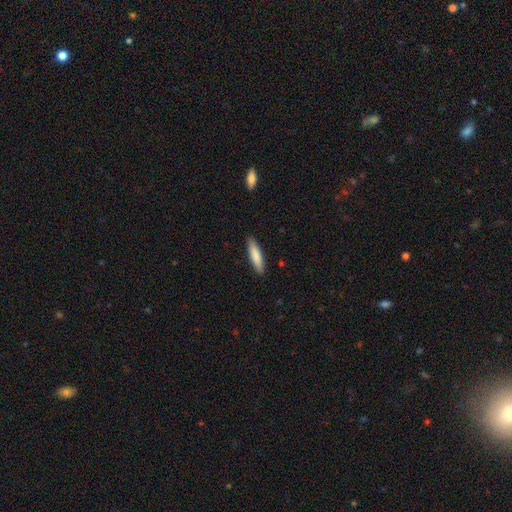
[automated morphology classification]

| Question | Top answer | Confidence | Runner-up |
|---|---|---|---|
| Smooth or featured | smooth | 83% | featured or disk (12%) |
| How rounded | cigar-shaped | 78% | in between (21%) |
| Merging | none | 89% | minor disturbance (8%) |